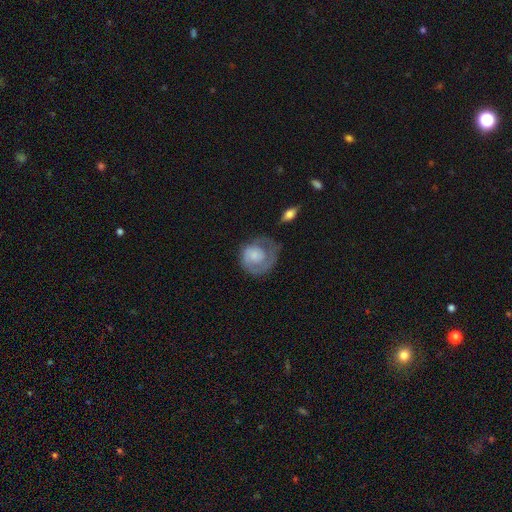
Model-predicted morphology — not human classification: The model was most divided on "bulge size": small: 33%, moderate: 23%, none: 23%, large: 17%, dominant: 4%. Remaining: edge-on disk — no (98%); spiral arms — yes (79%); bar — no (79%); smooth or featured — featured or disk (56%); merging — none (48%).